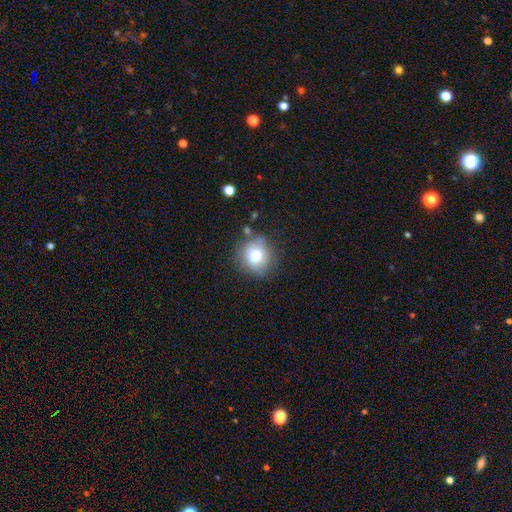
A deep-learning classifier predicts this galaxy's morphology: Overall: smooth (73%). How rounded: round (85%). Merging: none (75%).